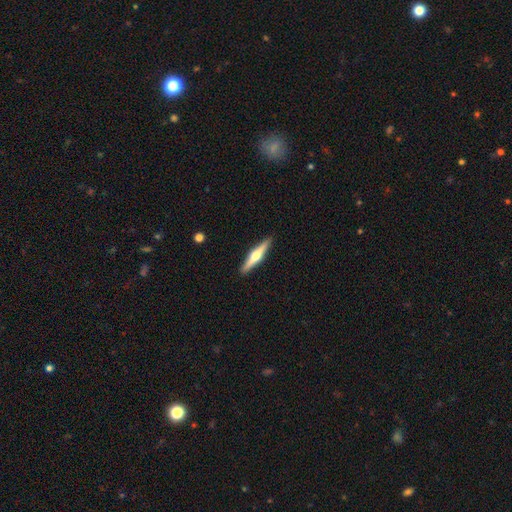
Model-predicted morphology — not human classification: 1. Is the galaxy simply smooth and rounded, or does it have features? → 66% featured or disk, 29% smooth, 5% star or artifact.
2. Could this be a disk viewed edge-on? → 97% yes, 3% no.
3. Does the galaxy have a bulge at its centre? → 93% rounded, 3% boxy, 3% none.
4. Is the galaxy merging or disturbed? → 91% none, 6% minor disturbance, 1% major disturbance, 1% merger.